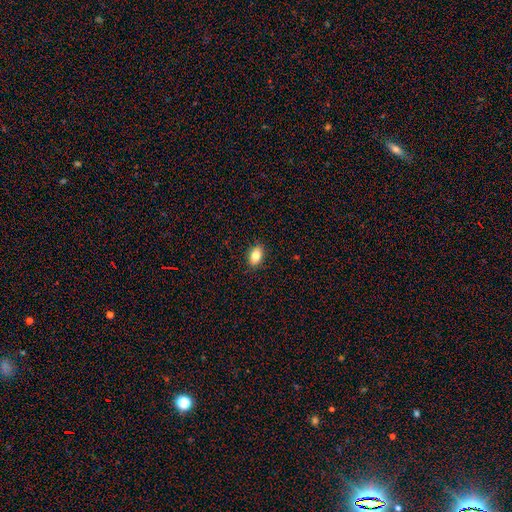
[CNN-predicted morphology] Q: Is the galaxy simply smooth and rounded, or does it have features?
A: smooth — 82%.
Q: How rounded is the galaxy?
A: in between — 88%.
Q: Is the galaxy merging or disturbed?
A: none — 89%.